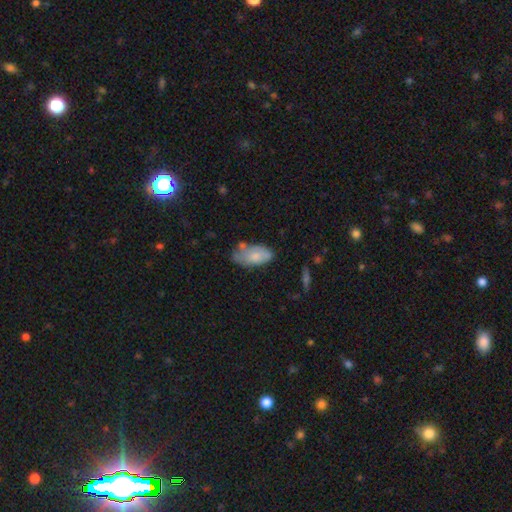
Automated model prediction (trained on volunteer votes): This appears to be a smooth galaxy with no disk features (69%) that is in between round and cigar-shaped (93%). Merging: none (46%).